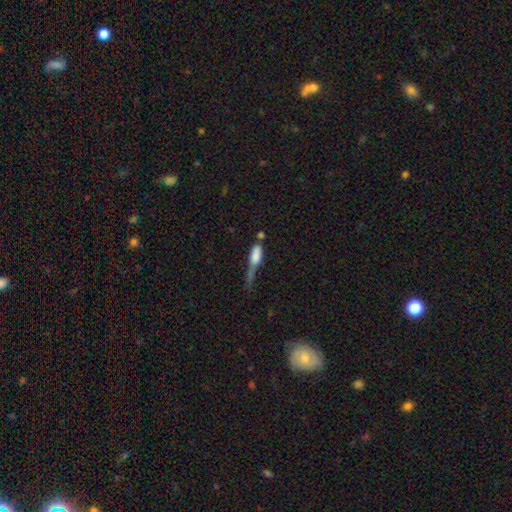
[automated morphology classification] A smooth galaxy with no disk features (72%) that is in between round and cigar-shaped (63%). Merging: major disturbance (39%).